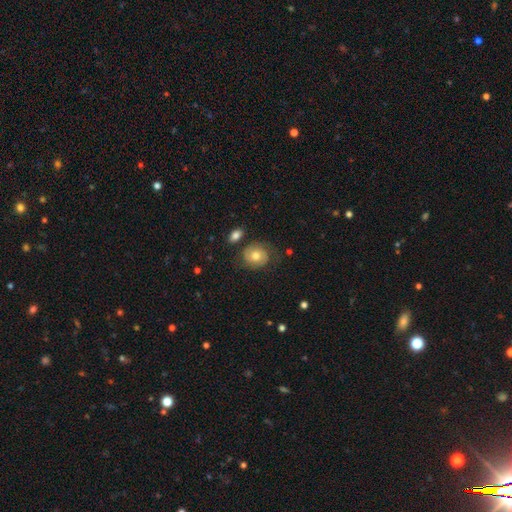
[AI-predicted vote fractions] Smooth or featured? smooth (46%)
Merging? none (66%)